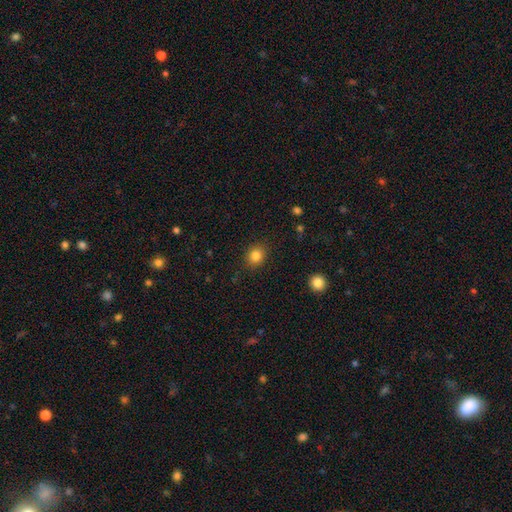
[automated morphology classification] The model was most divided on "how rounded": round: 70%, in between: 29%, cigar-shaped: 1%. More confident: merging — none (88%); smooth or featured — smooth (84%).